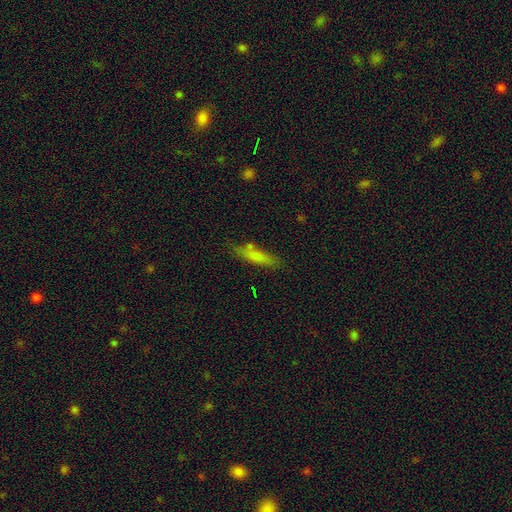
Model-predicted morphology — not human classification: smooth-or-featured: smooth: 75% | featured or disk: 16% | star or artifact: 9%
  how-rounded: cigar-shaped: 65% | in between: 33% | round: 2%
  merging: none: 72% | minor disturbance: 17% | merger: 6% | major disturbance: 5%